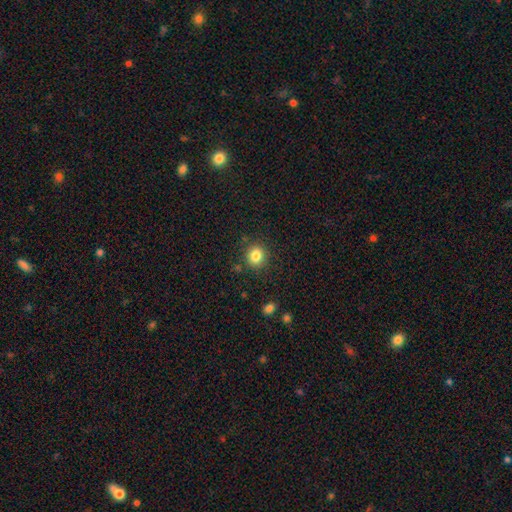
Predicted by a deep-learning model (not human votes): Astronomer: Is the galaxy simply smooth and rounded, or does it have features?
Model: smooth — 83%.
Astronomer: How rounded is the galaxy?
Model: round — 81%.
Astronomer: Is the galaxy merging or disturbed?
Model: none — 86%.